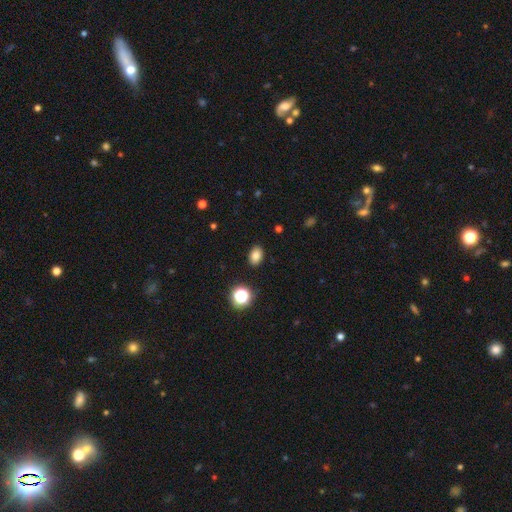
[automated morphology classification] Overall: smooth (81%). How rounded: in between (77%). Merging: none (88%).